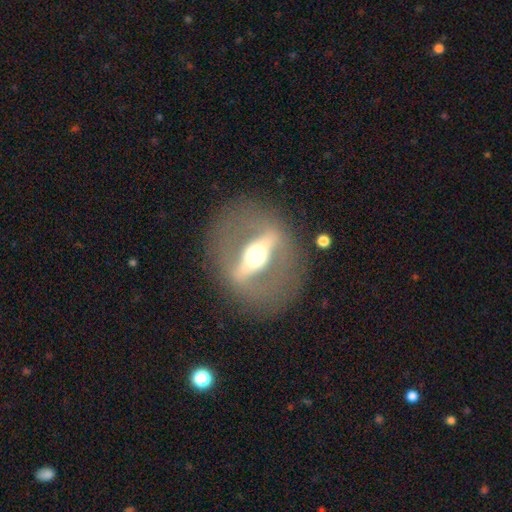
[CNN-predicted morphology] smooth-or-featured: featured or disk: 82% | smooth: 12% | star or artifact: 6%
  disk-edge-on: no: 53% | yes: 47%
  merging: none: 80% | minor disturbance: 9% | major disturbance: 9% | merger: 1%